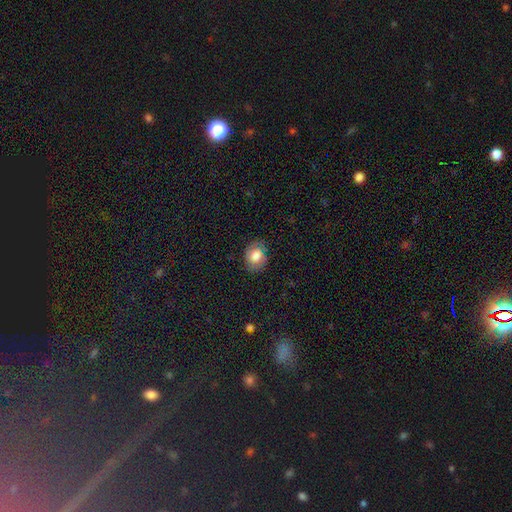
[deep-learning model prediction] Smooth or featured: smooth — 64% (featured or disk — 27%)
How rounded: in between — 57% (round — 42%)
Merging: none — 77% (minor disturbance — 17%)